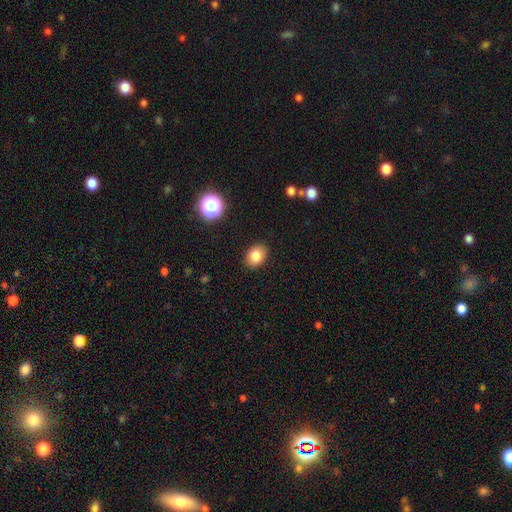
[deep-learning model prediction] Smooth or featured: smooth — 83% (star or artifact — 10%)
How rounded: in between — 64% (round — 35%)
Merging: none — 89% (minor disturbance — 8%)